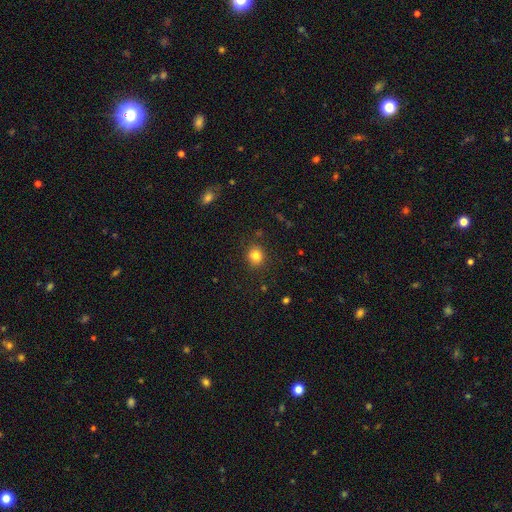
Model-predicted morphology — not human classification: Smooth or featured: smooth — 82% (star or artifact — 12%)
How rounded: round — 81% (in between — 18%)
Merging: none — 87% (minor disturbance — 9%)